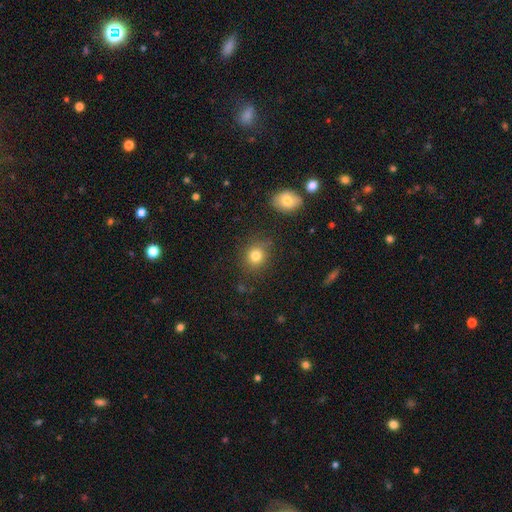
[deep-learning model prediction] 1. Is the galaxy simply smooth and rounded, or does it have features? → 82% smooth, 12% star or artifact, 7% featured or disk.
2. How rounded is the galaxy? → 79% round, 20% in between, 1% cigar-shaped.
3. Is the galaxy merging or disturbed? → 83% none, 10% minor disturbance, 3% major disturbance, 3% merger.